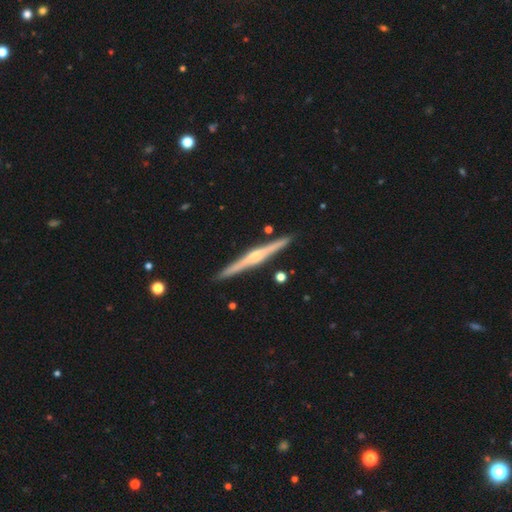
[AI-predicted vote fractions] This appears to be a featured or disk galaxy (79%) viewed edge-on (98%) with a rounded central bulge (76%). Merging: none (91%).